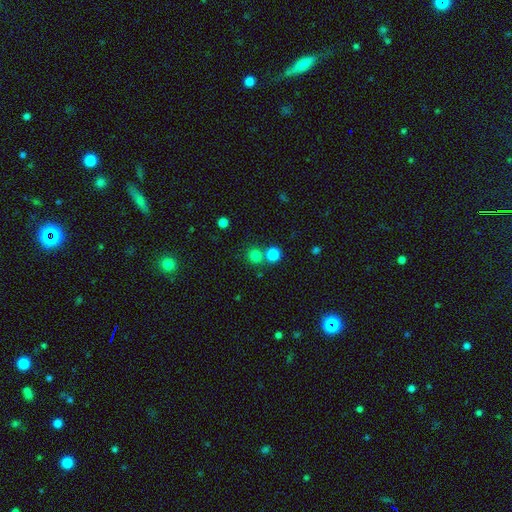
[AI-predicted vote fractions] A smooth galaxy with no disk features (80%) that is round (90%). Merging: none (66%).